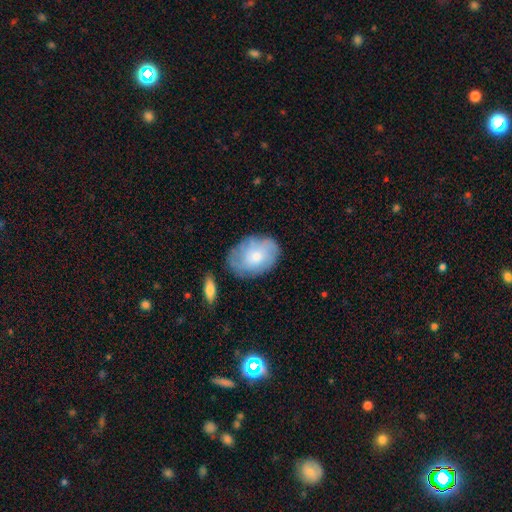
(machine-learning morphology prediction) The model was most divided on "smooth or featured": smooth: 62%, featured or disk: 31%, star or artifact: 7%. More confident: how rounded — in between (76%); merging — none (68%).